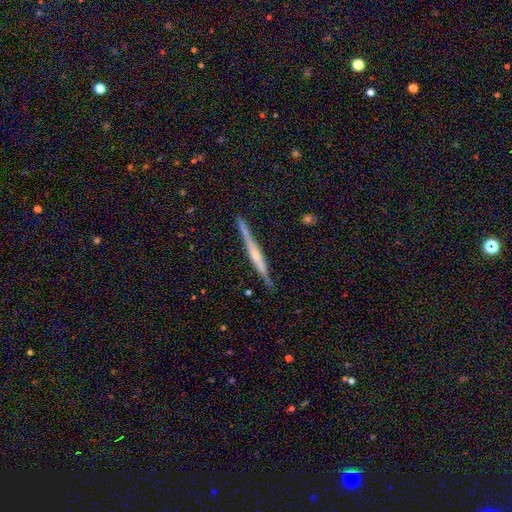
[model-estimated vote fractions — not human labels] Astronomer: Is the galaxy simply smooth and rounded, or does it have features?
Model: featured or disk — 71%.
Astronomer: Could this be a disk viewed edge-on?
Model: yes — 98%.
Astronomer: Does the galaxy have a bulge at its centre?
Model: rounded — 45% (runner-up: none, 34%).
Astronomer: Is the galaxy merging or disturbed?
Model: none — 88%.